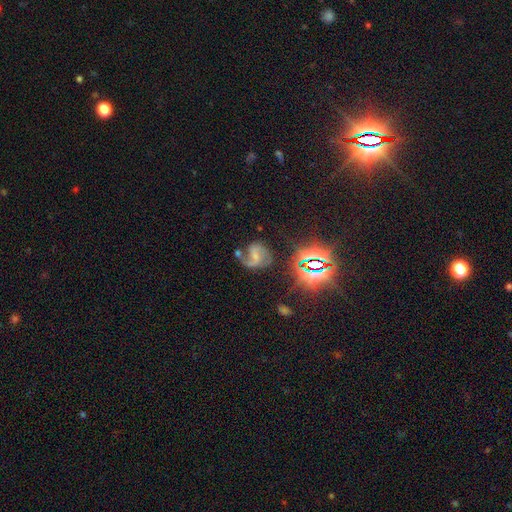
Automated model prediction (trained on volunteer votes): smooth_or_featured: featured or disk (p=0.70) [alt: star or artifact p=0.17]
disk_edge_on: no (p=0.98) [alt: yes p=0.02]
bar: weak (p=0.44) [alt: no p=0.29]
has_spiral_arms: yes (p=0.91) [alt: no p=0.09]
spiral_winding: medium (p=0.47) [alt: loose p=0.37]
spiral_arm_count: 2 (p=0.64) [alt: 1 p=0.26]
bulge_size: small (p=0.54) [alt: moderate p=0.25]
merging: none (p=0.47) [alt: major disturbance p=0.23]